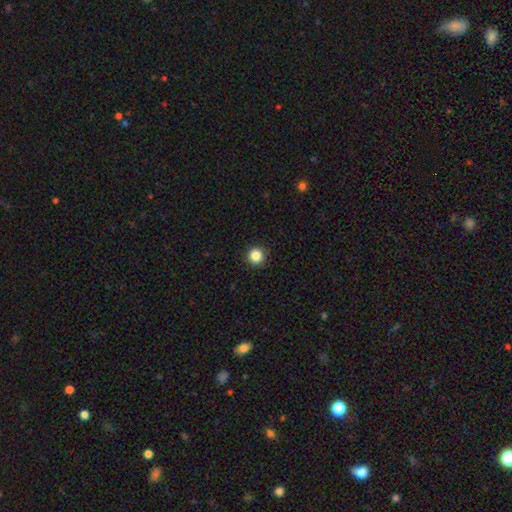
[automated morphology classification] smooth_or_featured: smooth (p=0.85) [alt: star or artifact p=0.11]
how_rounded: round (p=0.96) [alt: in between p=0.03]
merging: none (p=0.93) [alt: minor disturbance p=0.05]